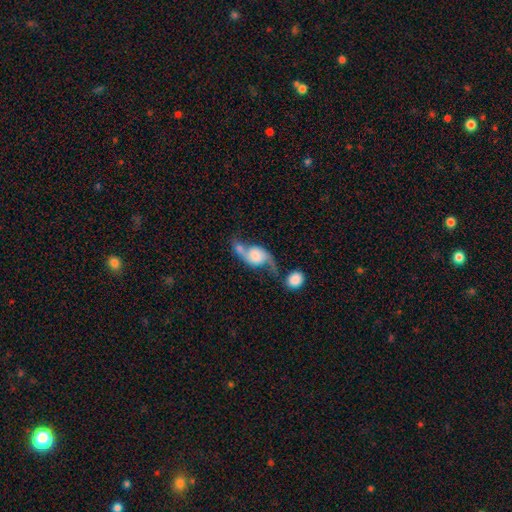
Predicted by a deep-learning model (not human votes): Smooth or featured?
  - featured or disk: 72% *
  - smooth: 21%
  - star or artifact: 7%
Edge-on disk?
  - no: 94% *
  - yes: 6%
Bar?
  - no: 67% *
  - weak: 24%
  - strong: 8%
Spiral arms?
  - yes: 91% *
  - no: 9%
Spiral winding?
  - loose: 83% *
  - medium: 13%
  - tight: 4%
Spiral arm count?
  - 2: 91% *
  - 1: 4%
  - can't tell: 2%
  - 3: 1%
  - 4: 1%
  - more than 4: 1%
Bulge size?
  - none: 28% *
  - small: 22%
  - large: 21%
  - moderate: 16%
  - dominant: 13%
Merging?
  - merger: 34% *
  - none: 33%
  - minor disturbance: 18%
  - major disturbance: 16%